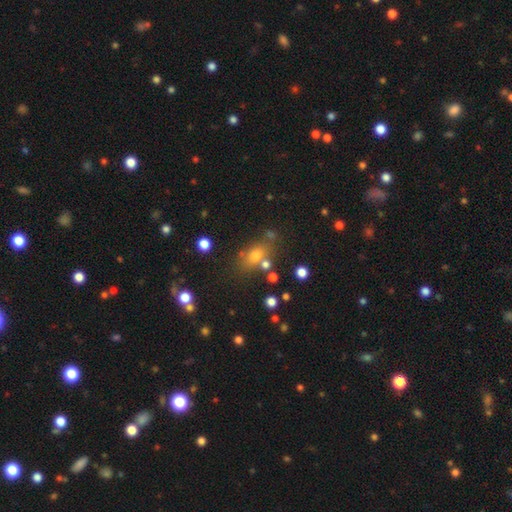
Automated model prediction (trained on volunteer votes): Overall: smooth (67%). How rounded: in between (69%). Merging: none (65%).